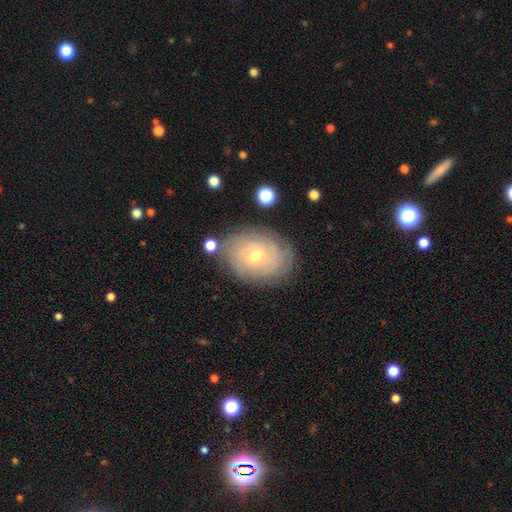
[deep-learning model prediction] Smooth or featured?
  - featured or disk: 66% *
  - smooth: 25%
  - star or artifact: 9%
Edge-on disk?
  - no: 96% *
  - yes: 4%
Bar?
  - no: 75% *
  - weak: 22%
  - strong: 4%
Spiral arms?
  - yes: 83% *
  - no: 17%
Spiral winding?
  - tight: 78% *
  - medium: 16%
  - loose: 5%
Spiral arm count?
  - can't tell: 55% *
  - 2: 14%
  - 3: 11%
  - 4: 10%
  - more than 4: 6%
  - 1: 5%
Bulge size?
  - small: 61% *
  - moderate: 36%
  - large: 1%
  - none: 1%
  - dominant: 1%
Merging?
  - none: 79% *
  - minor disturbance: 14%
  - major disturbance: 4%
  - merger: 2%